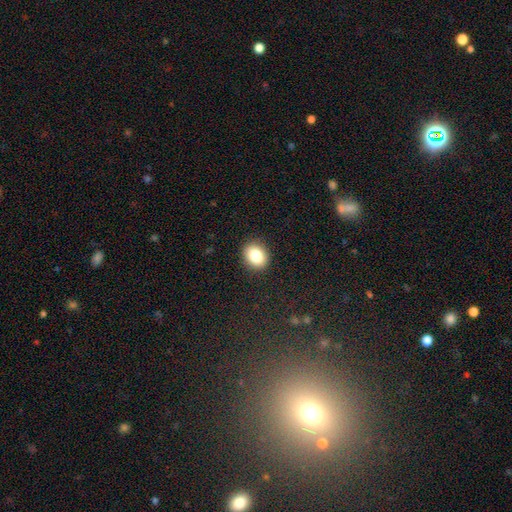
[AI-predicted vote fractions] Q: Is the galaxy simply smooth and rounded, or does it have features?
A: smooth — 84%.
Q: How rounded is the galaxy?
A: in between — 50%.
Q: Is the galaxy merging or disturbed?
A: none — 90%.